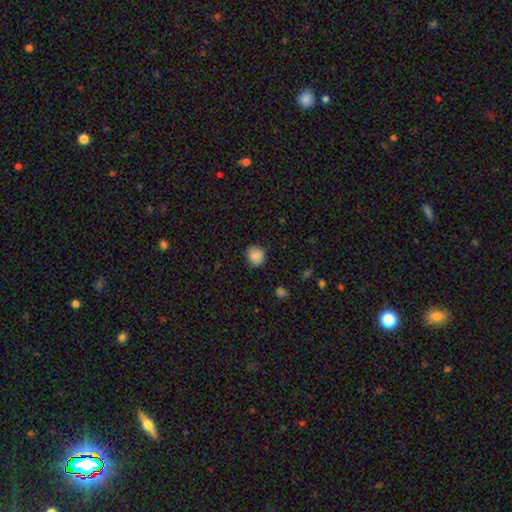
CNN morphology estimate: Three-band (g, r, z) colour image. It shows a smooth galaxy with no disk features (86%) that is round (76%). Merging: none (82%).